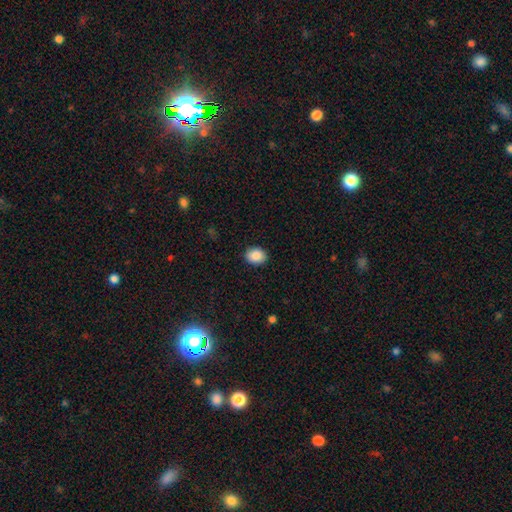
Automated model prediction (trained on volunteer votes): Smooth or featured?
  - smooth: 88% *
  - star or artifact: 8%
  - featured or disk: 4%
How rounded?
  - in between: 54% *
  - round: 45%
  - cigar-shaped: 1%
Merging?
  - none: 89% *
  - minor disturbance: 7%
  - major disturbance: 2%
  - merger: 1%